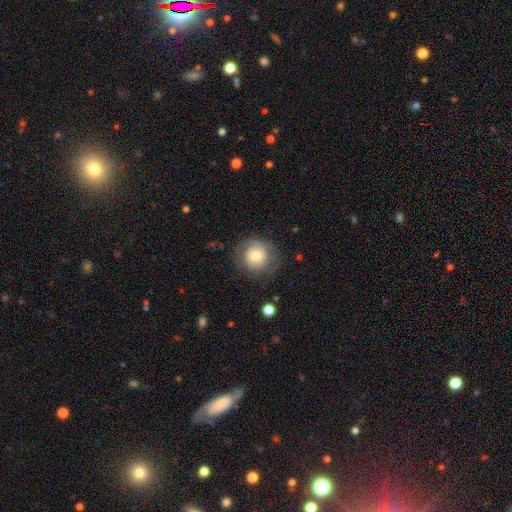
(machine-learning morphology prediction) smooth-or-featured: smooth: 65% | featured or disk: 27% | star or artifact: 8%
  how-rounded: round: 89% | in between: 10% | cigar-shaped: 1%
  merging: none: 74% | minor disturbance: 17% | major disturbance: 9% | merger: 1%